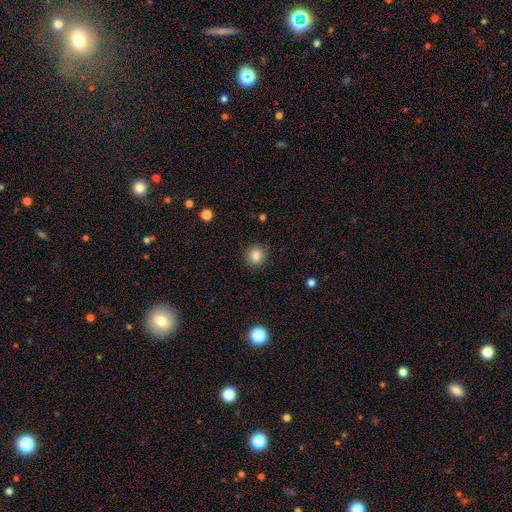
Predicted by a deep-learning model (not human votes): The model was most divided on "smooth or featured": smooth: 84%, star or artifact: 11%, featured or disk: 5%. More confident: merging — none (90%); how rounded — round (90%).